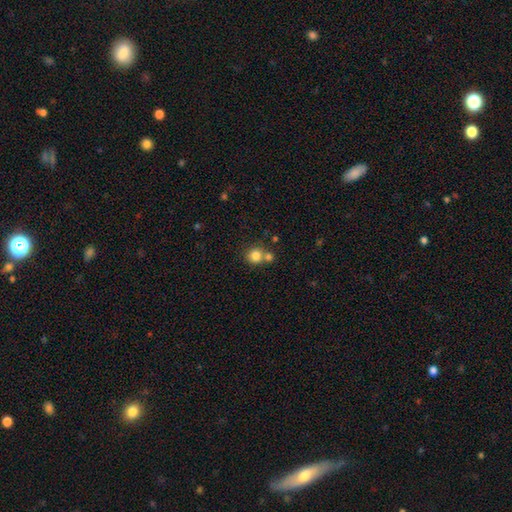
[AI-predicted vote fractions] Smooth or featured?
  - smooth: 81% *
  - star or artifact: 11%
  - featured or disk: 8%
How rounded?
  - round: 89% *
  - in between: 10%
  - cigar-shaped: 1%
Merging?
  - none: 56% *
  - merger: 34%
  - minor disturbance: 8%
  - major disturbance: 3%